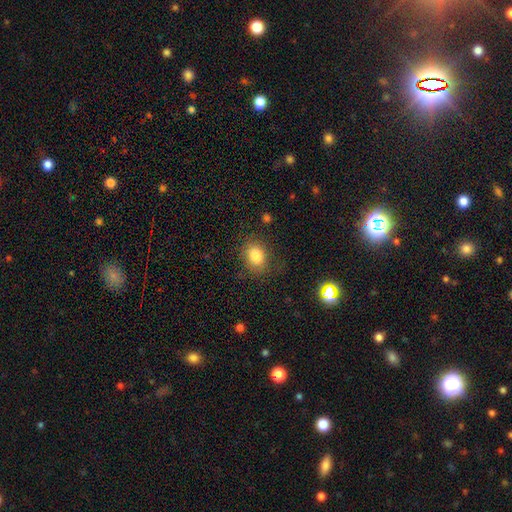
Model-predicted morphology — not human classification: This appears to be a smooth galaxy with no disk features (81%) that is in between round and cigar-shaped (50%). Merging: none (78%).